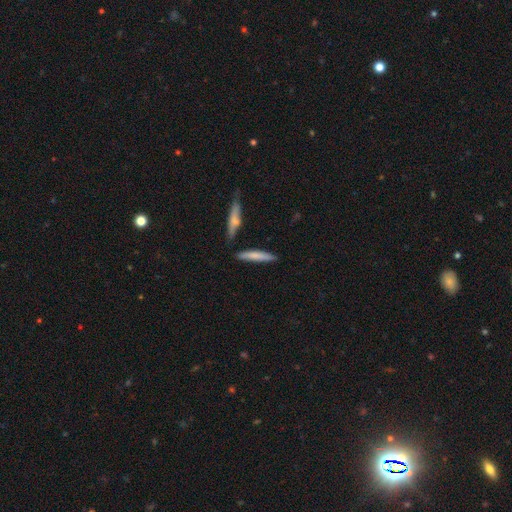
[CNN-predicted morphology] Q: Smooth or featured?
A: smooth (72%); runner-up: featured or disk (22%)
Q: How rounded?
A: cigar-shaped (88%); runner-up: in between (11%)
Q: Merging?
A: none (81%); runner-up: minor disturbance (11%)